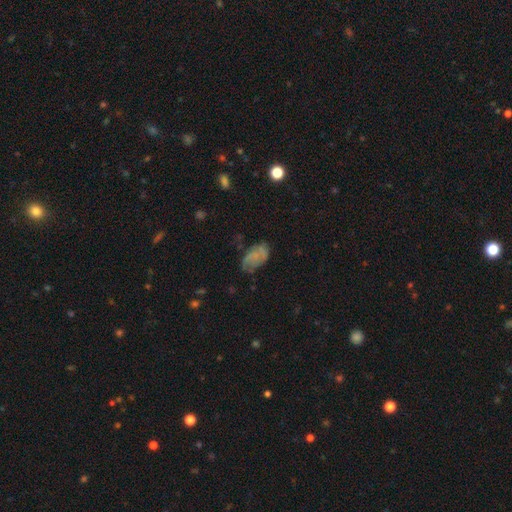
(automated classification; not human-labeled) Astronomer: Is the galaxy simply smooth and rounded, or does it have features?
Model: smooth — 56% (runner-up: featured or disk, 31%).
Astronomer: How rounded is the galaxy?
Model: in between — 92%.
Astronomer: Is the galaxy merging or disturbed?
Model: none — 52% (runner-up: minor disturbance, 30%).